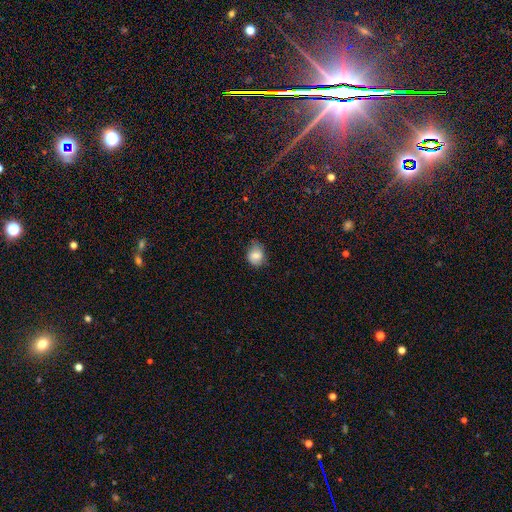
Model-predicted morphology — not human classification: The model was most divided on "how rounded": round: 51%, in between: 47%, cigar-shaped: 1%. More confident: smooth or featured — smooth (74%); merging — none (60%).